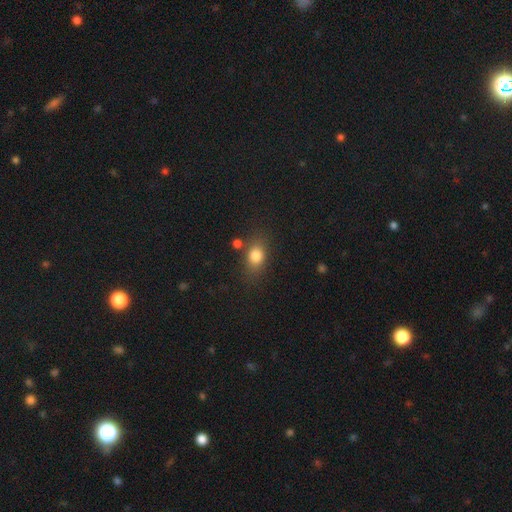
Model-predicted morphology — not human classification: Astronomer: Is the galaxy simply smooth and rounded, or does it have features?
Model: smooth — 81%.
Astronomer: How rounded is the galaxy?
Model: in between — 66%.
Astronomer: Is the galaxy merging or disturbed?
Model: none — 74%.